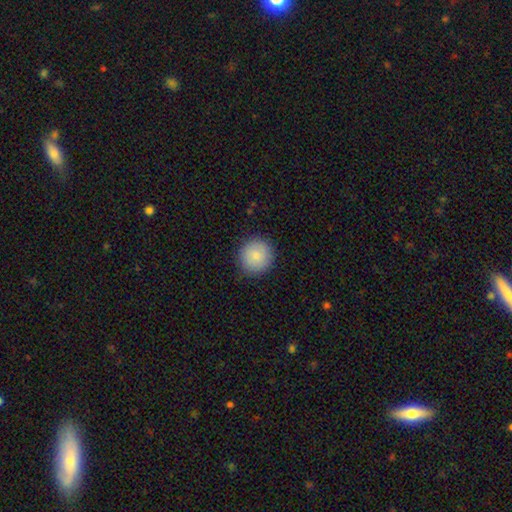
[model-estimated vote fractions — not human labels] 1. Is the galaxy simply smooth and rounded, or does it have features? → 86% smooth, 7% featured or disk, 7% star or artifact.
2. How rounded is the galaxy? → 94% round, 5% in between, 1% cigar-shaped.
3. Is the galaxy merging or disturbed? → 89% none, 8% minor disturbance, 2% major disturbance, 1% merger.